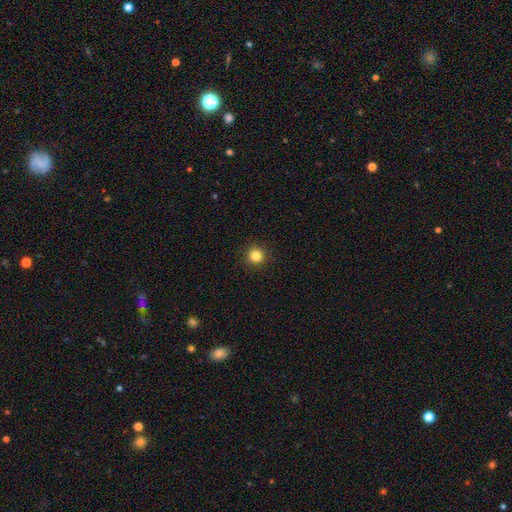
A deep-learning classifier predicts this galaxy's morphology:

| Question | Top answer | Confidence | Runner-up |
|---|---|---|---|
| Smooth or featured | smooth | 83% | star or artifact (12%) |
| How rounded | round | 95% | in between (4%) |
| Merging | none | 92% | minor disturbance (5%) |